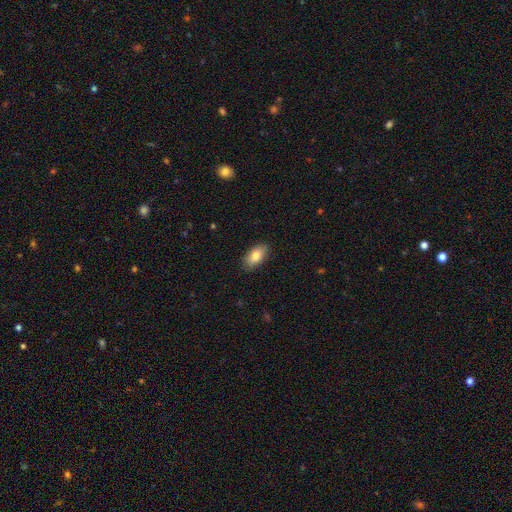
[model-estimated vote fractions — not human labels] This is clearly a smooth galaxy (85%). How rounded: clearly in between (92%). Merging: clearly none (88%).